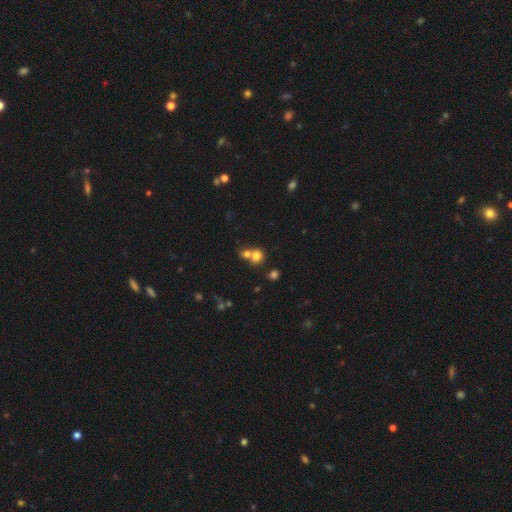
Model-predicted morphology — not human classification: Smooth or featured? Predicted: smooth (p=0.75). How rounded? Predicted: round (p=0.77). Merging? Predicted: merger (p=0.55).